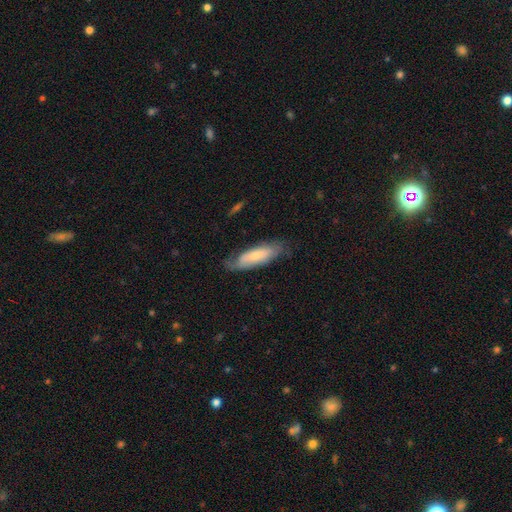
This is likely a smooth galaxy (60%). How rounded: possibly in between (50%, tied with cigar-shaped). Merging: likely none (79%).